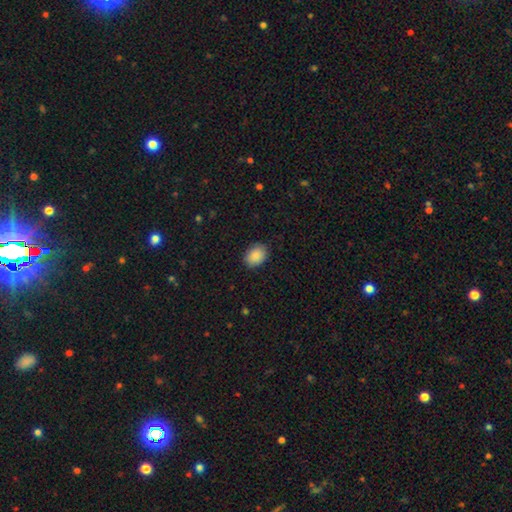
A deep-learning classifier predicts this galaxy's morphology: smooth_or_featured: smooth (p=0.89) [alt: star or artifact p=0.07]
how_rounded: in between (p=0.75) [alt: round p=0.24]
merging: none (p=0.86) [alt: minor disturbance p=0.10]